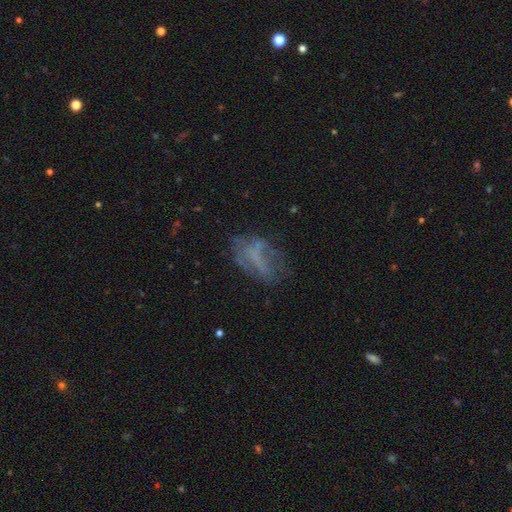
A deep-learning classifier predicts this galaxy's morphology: type=featured or disk (46%); merging=none (45%).